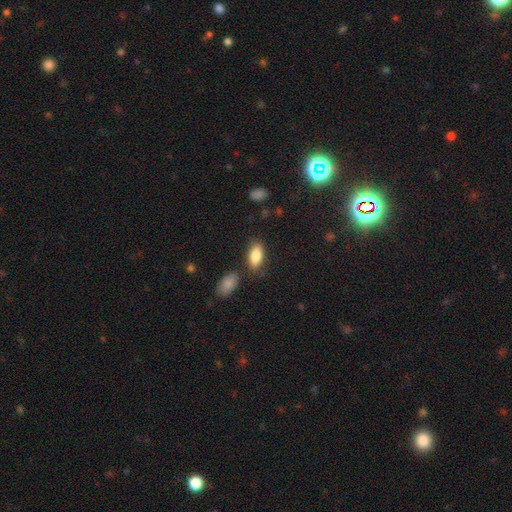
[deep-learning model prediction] Morphology: type=smooth (86%); roundness=in between (90%); merging=none (76%).